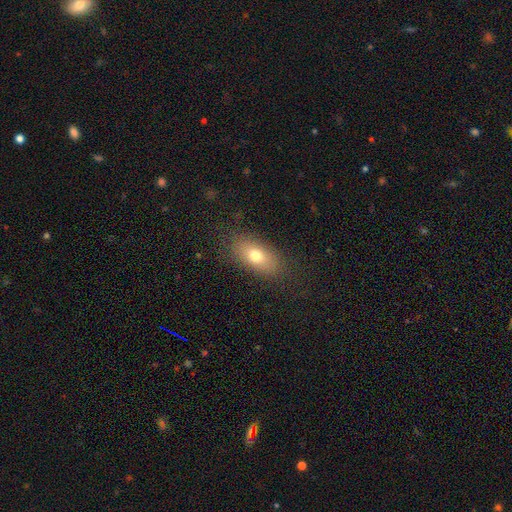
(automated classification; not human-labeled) smooth_or_featured: smooth (p=0.73) [alt: featured or disk p=0.17]
how_rounded: in between (p=0.85) [alt: round p=0.08]
merging: none (p=0.83) [alt: minor disturbance p=0.11]